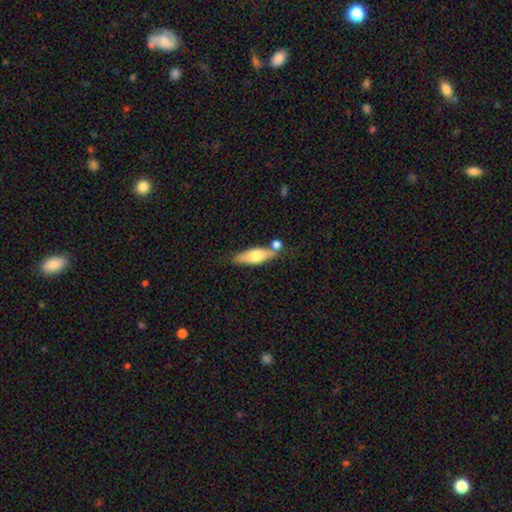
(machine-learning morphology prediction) smooth-or-featured: smooth: 61% | featured or disk: 33% | star or artifact: 6%
  how-rounded: in between: 53% | cigar-shaped: 45% | round: 3%
  merging: none: 61% | merger: 20% | minor disturbance: 15% | major disturbance: 4%